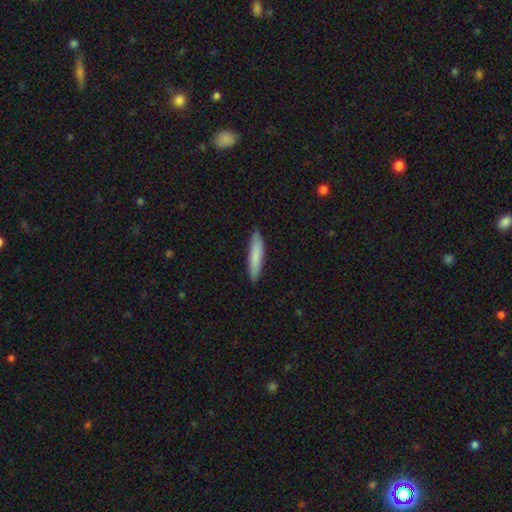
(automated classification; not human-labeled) The model was most divided on "smooth or featured": smooth: 82%, featured or disk: 13%, star or artifact: 5%. More confident: merging — none (87%); how rounded — cigar-shaped (86%).